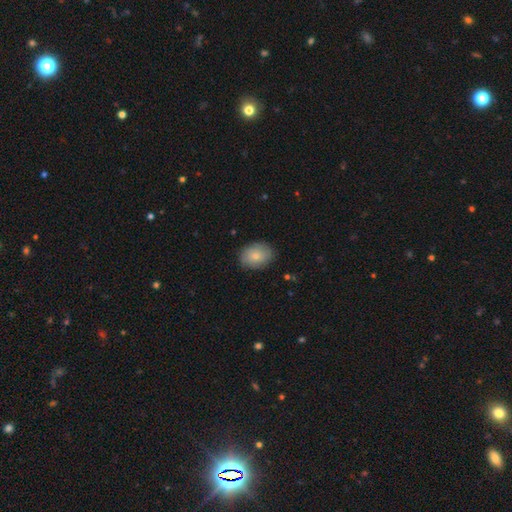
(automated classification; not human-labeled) This is likely a smooth galaxy (79%). How rounded: likely in between (70%). Merging: clearly none (84%).